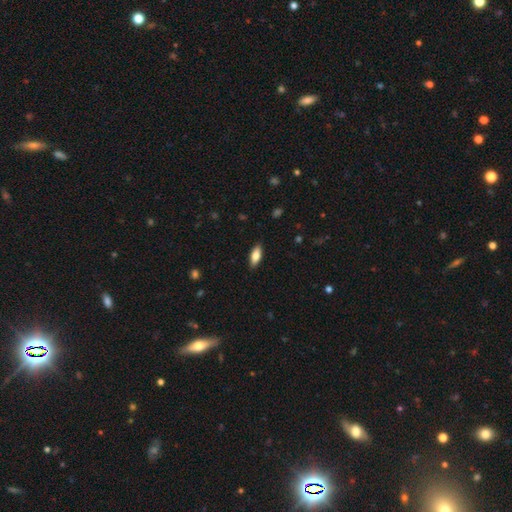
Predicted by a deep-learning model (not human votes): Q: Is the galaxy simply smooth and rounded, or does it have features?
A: smooth — 77%.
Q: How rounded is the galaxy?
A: in between — 78%.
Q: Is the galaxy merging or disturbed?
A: none — 88%.